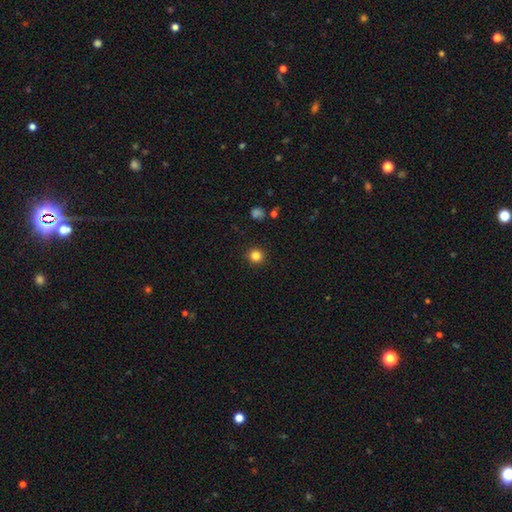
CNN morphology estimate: smooth-or-featured: smooth: 84% | star or artifact: 12% | featured or disk: 4%
  how-rounded: round: 94% | in between: 5% | cigar-shaped: 1%
  merging: none: 92% | minor disturbance: 5% | major disturbance: 2% | merger: 1%